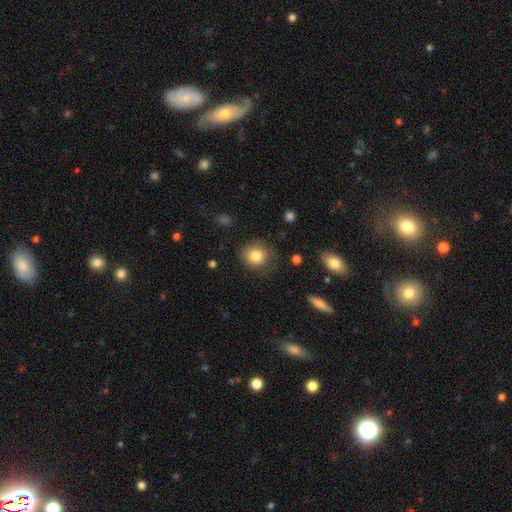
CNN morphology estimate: Overall: smooth (82%). How rounded: round (84%). Merging: none (80%).